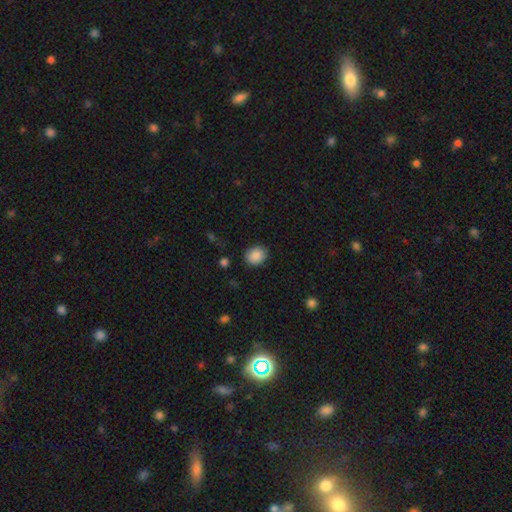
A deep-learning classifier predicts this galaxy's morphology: smooth_or_featured: smooth (p=0.88) [alt: star or artifact p=0.08]
how_rounded: round (p=0.64) [alt: in between p=0.35]
merging: none (p=0.86) [alt: minor disturbance p=0.10]